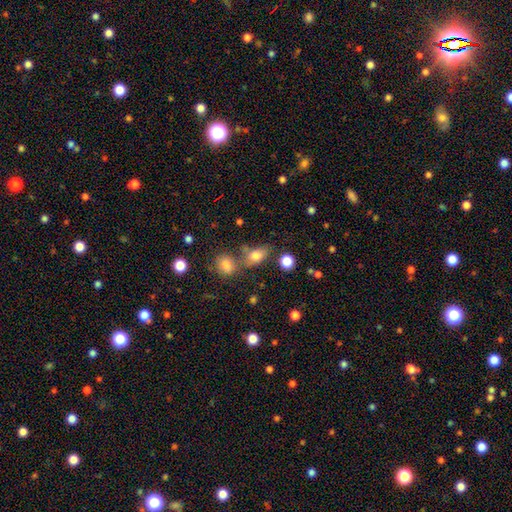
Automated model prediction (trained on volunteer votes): smooth 77%, star or artifact 12%, featured or disk 11%. Down the decision tree: how rounded — in between (79%); merging — none (56%).